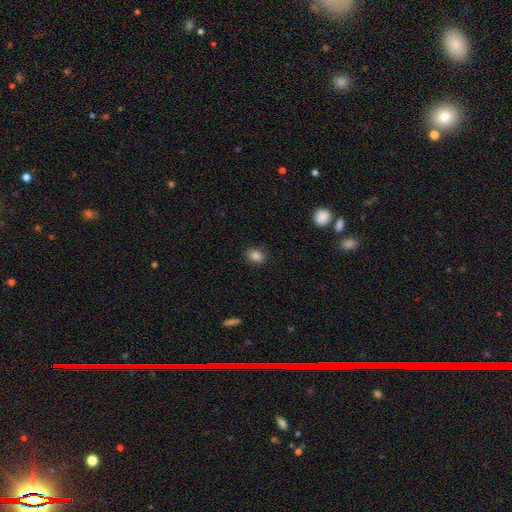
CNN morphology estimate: Smooth or featured: smooth — 85% (star or artifact — 10%)
How rounded: in between — 69% (round — 30%)
Merging: none — 86% (minor disturbance — 10%)